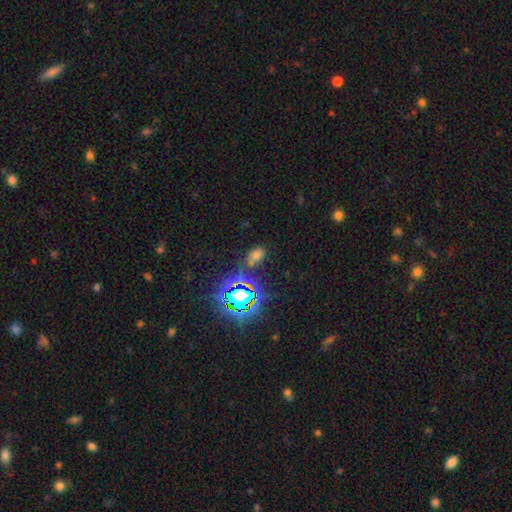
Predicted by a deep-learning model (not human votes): smooth 48%, star or artifact 42%, featured or disk 9%. Down the decision tree: merging — none (65%).